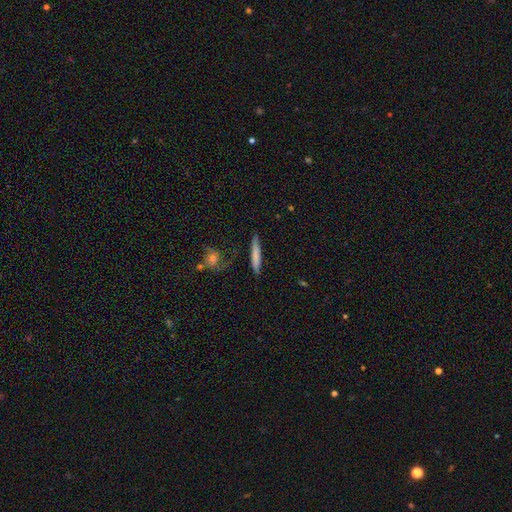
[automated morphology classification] smooth 70%, featured or disk 25%, star or artifact 6%. Down the decision tree: how rounded — cigar-shaped (93%); merging — none (74%).